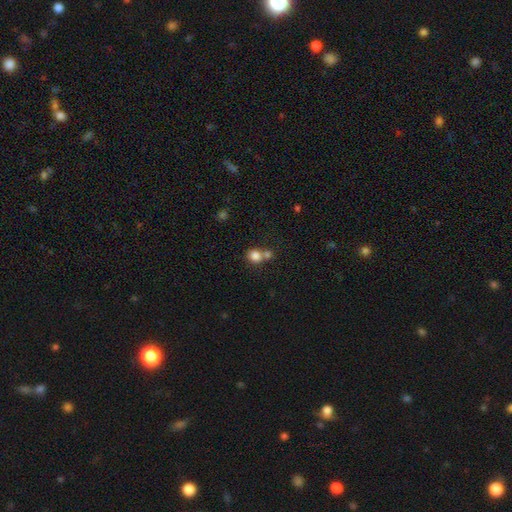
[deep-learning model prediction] A smooth galaxy with no disk features (81%) that is round (72%).

Vote fractions:
- Smooth or featured? smooth: 81% / star or artifact: 11% / featured or disk: 8%
- How rounded? round: 72% / in between: 27% / cigar-shaped: 1%
- Merging? none: 44% (tied) / merger: 44% (tied) / minor disturbance: 9% / major disturbance: 4%